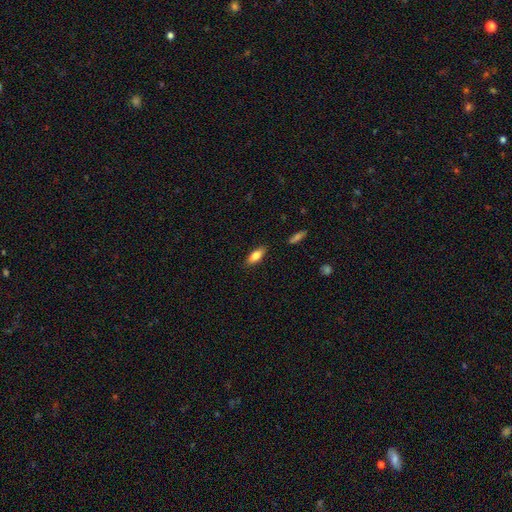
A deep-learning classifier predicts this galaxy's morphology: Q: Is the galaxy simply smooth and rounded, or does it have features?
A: smooth — 82%.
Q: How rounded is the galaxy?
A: in between — 80%.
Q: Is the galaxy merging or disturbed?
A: none — 86%.